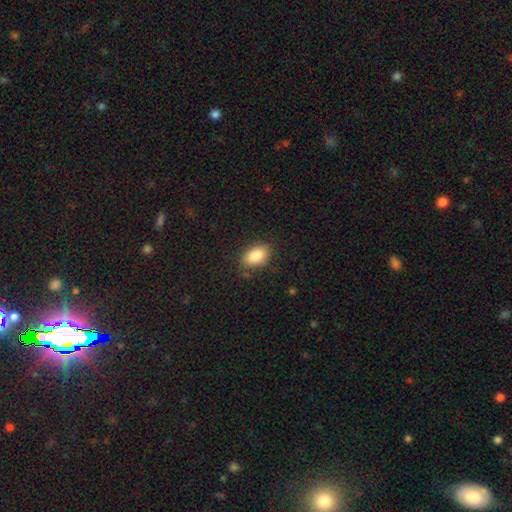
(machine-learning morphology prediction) The model was most divided on "merging": none: 83%, minor disturbance: 13%, major disturbance: 3%, merger: 1%. More confident: how rounded — in between (90%); smooth or featured — smooth (85%).